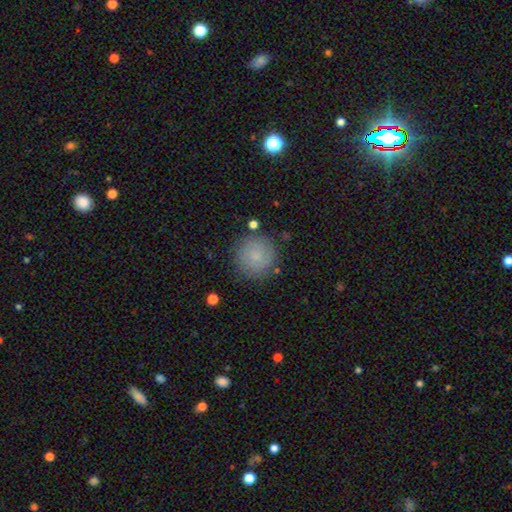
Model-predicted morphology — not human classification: Q: Smooth or featured?
A: smooth (78%); runner-up: featured or disk (13%)
Q: How rounded?
A: round (94%); runner-up: in between (5%)
Q: Merging?
A: none (83%); runner-up: minor disturbance (11%)